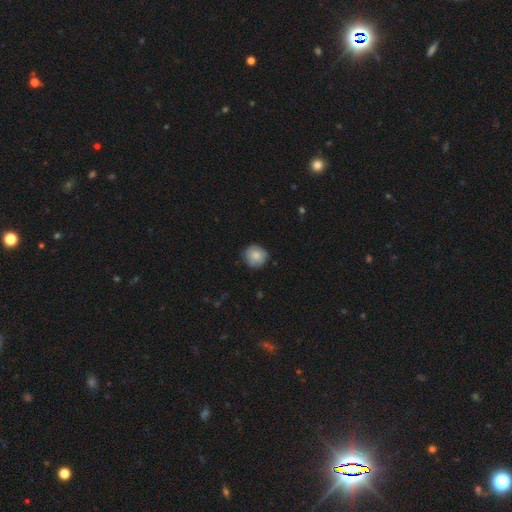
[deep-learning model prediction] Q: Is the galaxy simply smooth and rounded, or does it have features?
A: smooth — 84%.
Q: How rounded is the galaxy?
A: round — 91%.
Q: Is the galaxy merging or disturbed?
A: none — 82%.